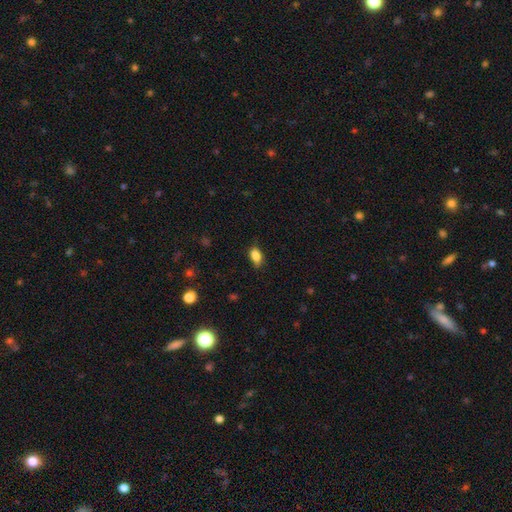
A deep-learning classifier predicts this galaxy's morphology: Smooth or featured: smooth — 86% (star or artifact — 8%)
How rounded: in between — 87% (round — 10%)
Merging: none — 71% (minor disturbance — 23%)